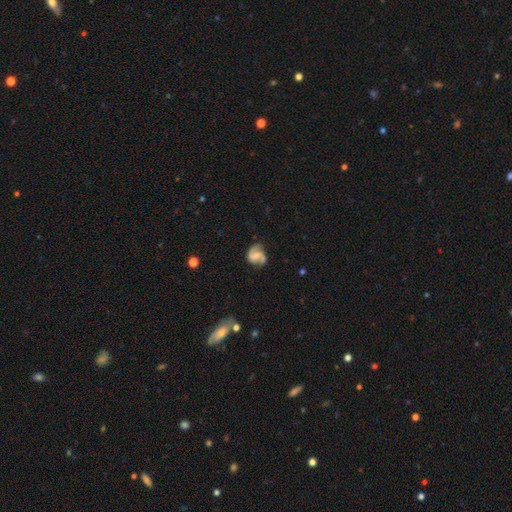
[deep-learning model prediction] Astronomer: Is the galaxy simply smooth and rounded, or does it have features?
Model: featured or disk — 77%.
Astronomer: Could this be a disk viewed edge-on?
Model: no — 98%.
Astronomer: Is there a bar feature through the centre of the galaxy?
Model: no — 47% (runner-up: weak, 41%).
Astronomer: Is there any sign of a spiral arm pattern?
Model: yes — 93%.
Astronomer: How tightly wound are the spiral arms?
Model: medium — 50% (runner-up: loose, 30%).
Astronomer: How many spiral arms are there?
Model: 2 — 84%.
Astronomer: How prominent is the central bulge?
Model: small — 44% (runner-up: none, 27%).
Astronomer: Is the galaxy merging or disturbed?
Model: none — 60%.